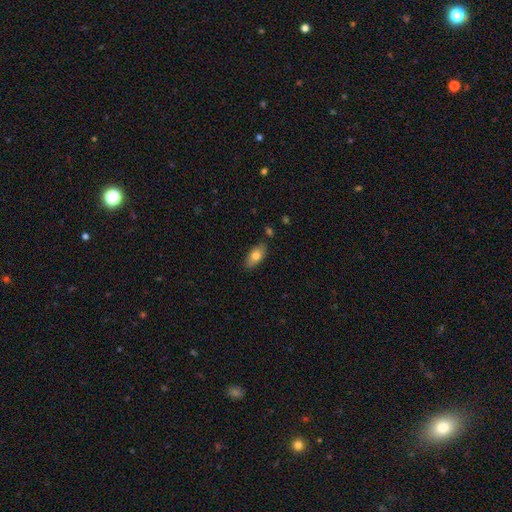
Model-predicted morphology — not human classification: Q: Smooth or featured?
A: smooth (76%); runner-up: featured or disk (17%)
Q: How rounded?
A: in between (88%); runner-up: cigar-shaped (8%)
Q: Merging?
A: none (81%); runner-up: minor disturbance (14%)